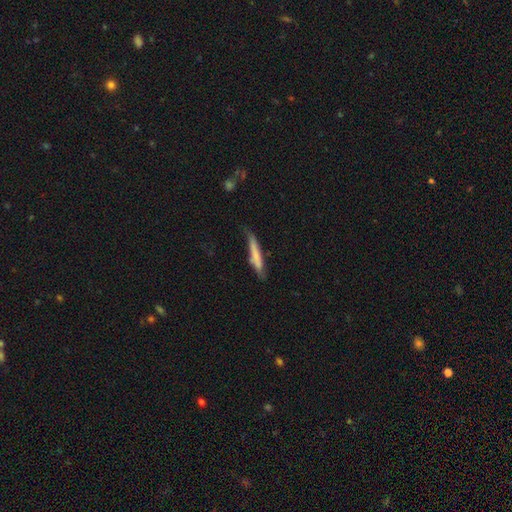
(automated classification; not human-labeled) smooth-or-featured: smooth: 64% | featured or disk: 30% | star or artifact: 6%
  how-rounded: cigar-shaped: 93% | in between: 6% | round: 1%
  merging: none: 59% | minor disturbance: 29% | major disturbance: 8% | merger: 5%